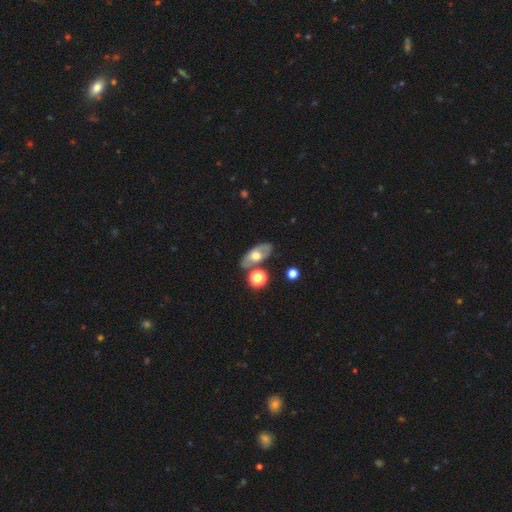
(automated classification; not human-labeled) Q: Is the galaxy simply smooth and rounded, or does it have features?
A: featured or disk — 48%.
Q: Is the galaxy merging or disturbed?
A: none — 72%.